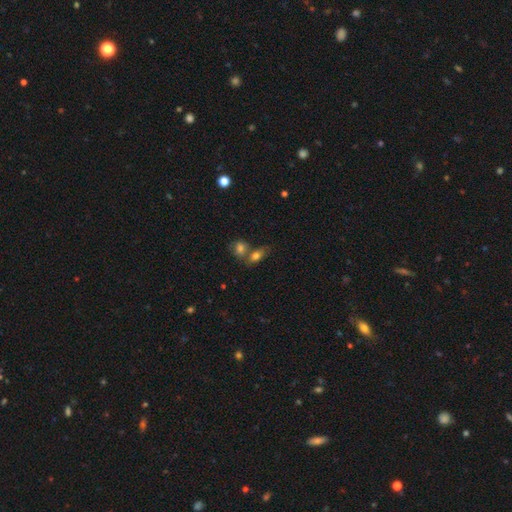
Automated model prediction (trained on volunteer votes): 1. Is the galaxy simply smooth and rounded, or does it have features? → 76% smooth, 13% featured or disk, 11% star or artifact.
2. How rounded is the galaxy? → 75% in between, 20% round, 5% cigar-shaped.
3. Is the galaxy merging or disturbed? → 44% merger, 40% none, 11% minor disturbance, 4% major disturbance.